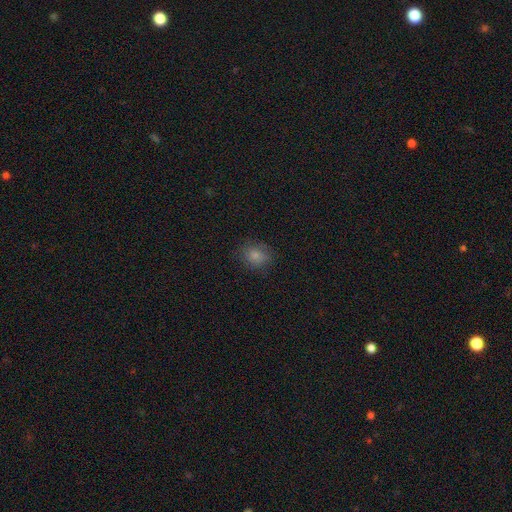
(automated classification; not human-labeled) smooth_or_featured: smooth (p=0.82) [alt: star or artifact p=0.11]
how_rounded: round (p=0.64) [alt: in between p=0.35]
merging: none (p=0.79) [alt: minor disturbance p=0.15]